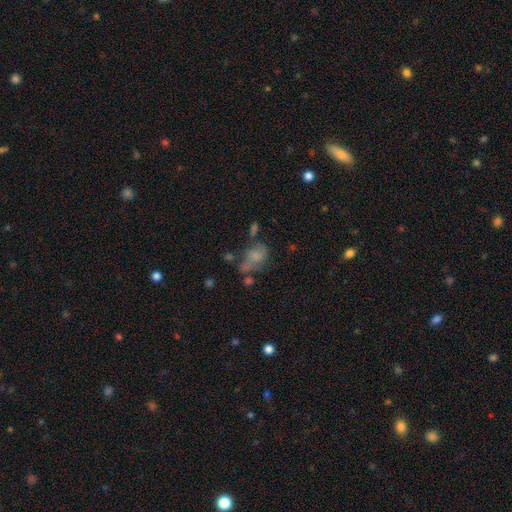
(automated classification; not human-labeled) Overall: smooth (58%; featured or disk 28%). How rounded: in between (73%). Merging: none (29%; major disturbance 27%).